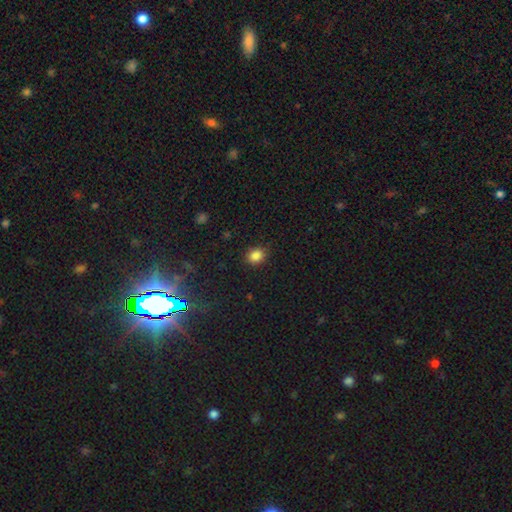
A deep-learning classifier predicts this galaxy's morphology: Smooth or featured: smooth — 85% (star or artifact — 11%)
How rounded: round — 56% (in between — 43%)
Merging: none — 87% (minor disturbance — 10%)